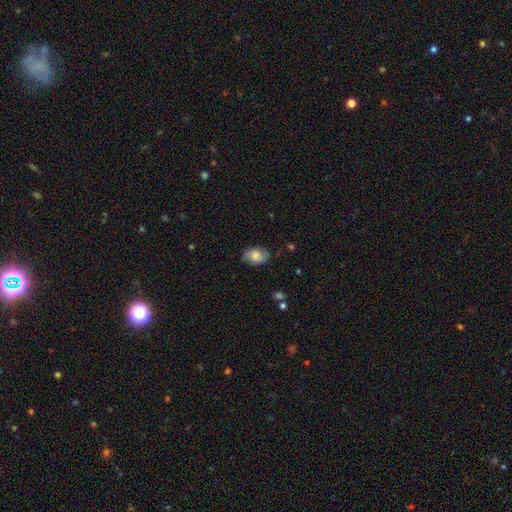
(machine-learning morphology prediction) A smooth galaxy with no disk features (75%) that is in between round and cigar-shaped (86%). Merging: none (74%).